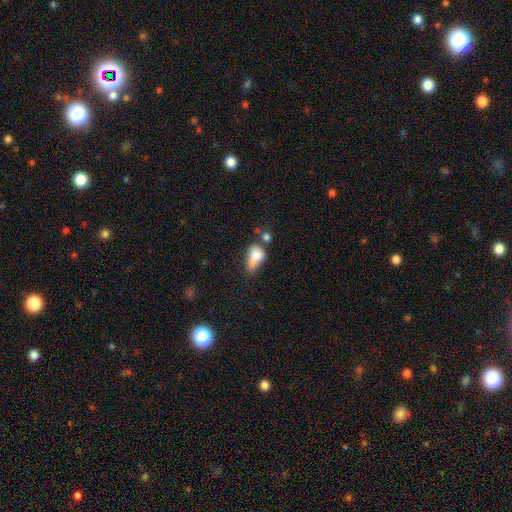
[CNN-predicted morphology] smooth 71%, featured or disk 19%, star or artifact 10%. Down the decision tree: how rounded — in between (77%); merging — minor disturbance (27%).